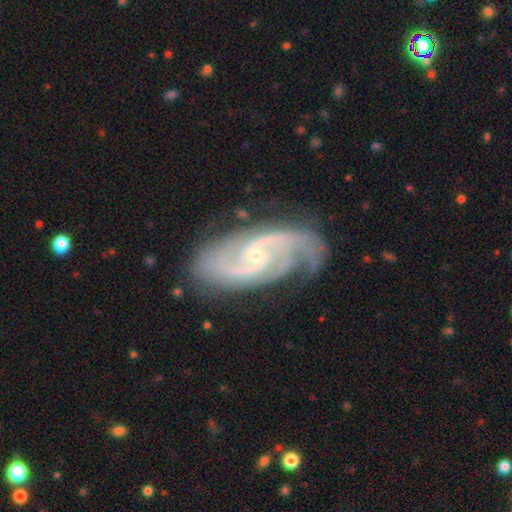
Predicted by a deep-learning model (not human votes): smooth-or-featured: featured or disk: 92% | star or artifact: 5% | smooth: 3%
  disk-edge-on: no: 97% | yes: 3%
    bar: no: 49% | weak: 39% | strong: 11%
    has-spiral-arms: yes: 98% | no: 2%
      spiral-winding: medium: 54% | tight: 32% | loose: 14%
      spiral-arm-count: 2: 70% | 3: 13% | can't tell: 7% | 4: 4% | 1: 3% | more than 4: 3%
    bulge-size: small: 78% | moderate: 18% | none: 2% | large: 1% | dominant: 1%
  merging: none: 74% | minor disturbance: 18% | major disturbance: 6% | merger: 2%